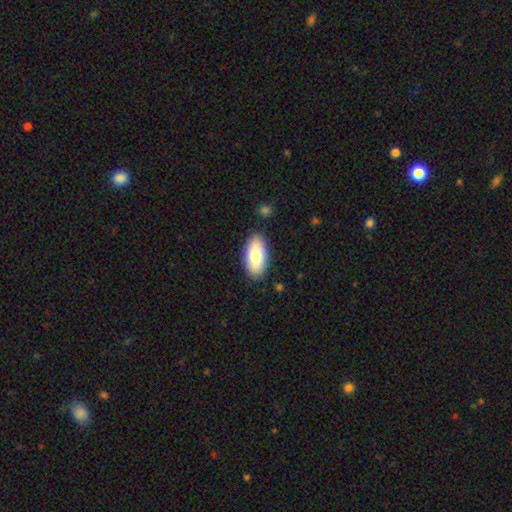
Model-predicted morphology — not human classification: A smooth galaxy with no disk features (76%) that is in between round and cigar-shaped (92%).

Vote fractions:
- Smooth or featured? smooth: 76% / featured or disk: 18% / star or artifact: 6%
- How rounded? in between: 92% / cigar-shaped: 5% / round: 3%
- Merging? none: 87% / minor disturbance: 9% / major disturbance: 2% / merger: 2%